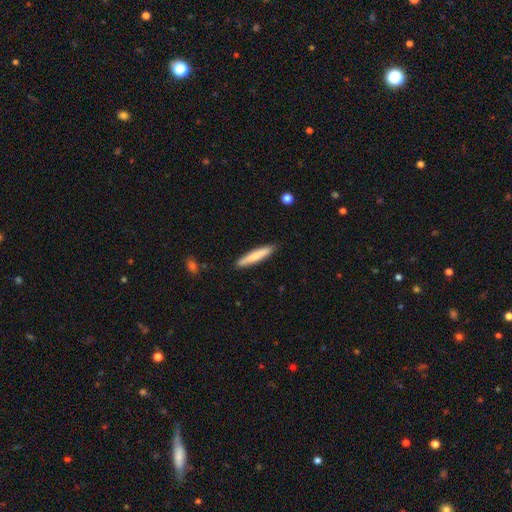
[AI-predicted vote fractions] This is likely a smooth galaxy (74%). How rounded: clearly cigar-shaped (92%). Merging: clearly none (88%).